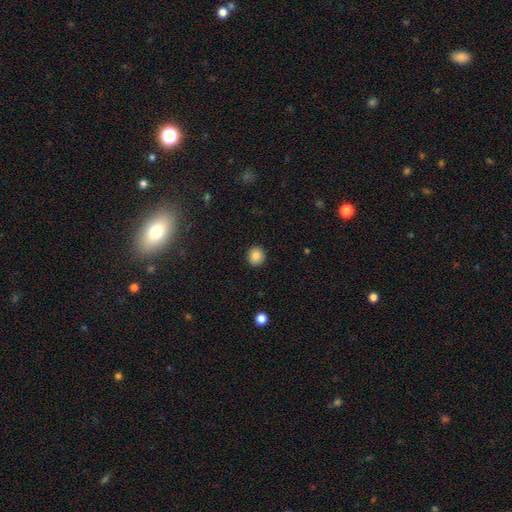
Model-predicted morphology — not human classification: The model was most divided on "smooth or featured": smooth: 85%, star or artifact: 10%, featured or disk: 6%. More confident: merging — none (92%); how rounded — round (91%).